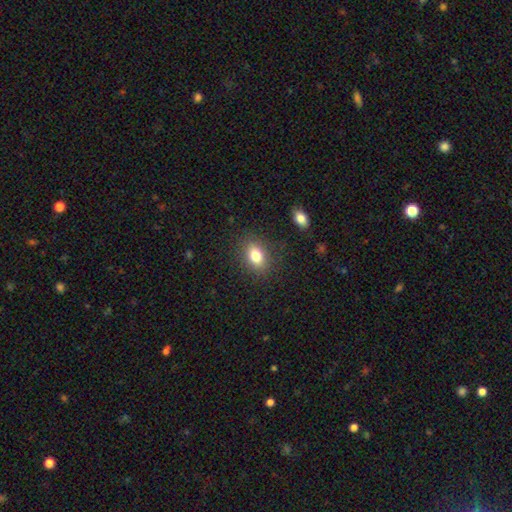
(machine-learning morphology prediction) Smooth or featured? smooth (80%)
How rounded? in between (77%)
Merging? none (84%)